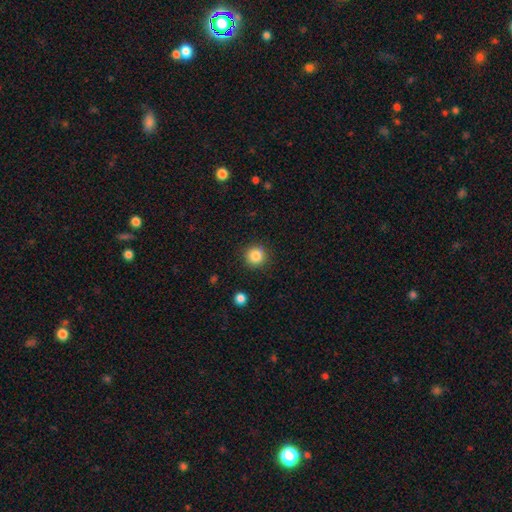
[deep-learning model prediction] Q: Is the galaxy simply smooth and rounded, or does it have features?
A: smooth — 85%.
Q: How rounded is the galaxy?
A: round — 94%.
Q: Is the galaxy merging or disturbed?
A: none — 90%.